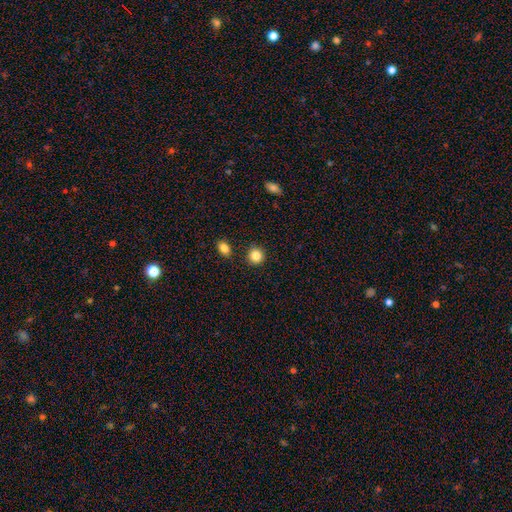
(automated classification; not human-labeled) Overall: smooth (85%). How rounded: round (90%). Merging: none (88%).